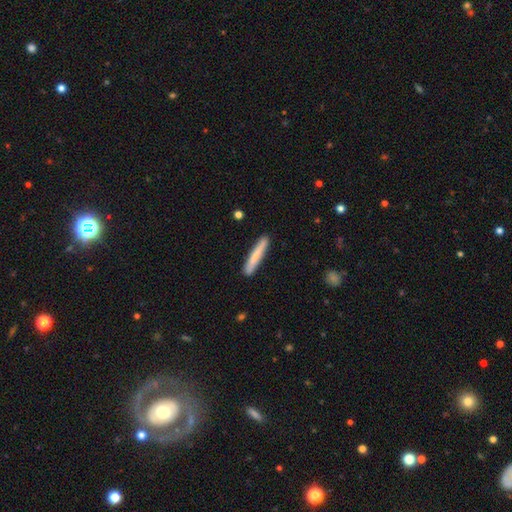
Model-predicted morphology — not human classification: Overall: smooth (77%). How rounded: cigar-shaped (95%). Merging: none (89%).